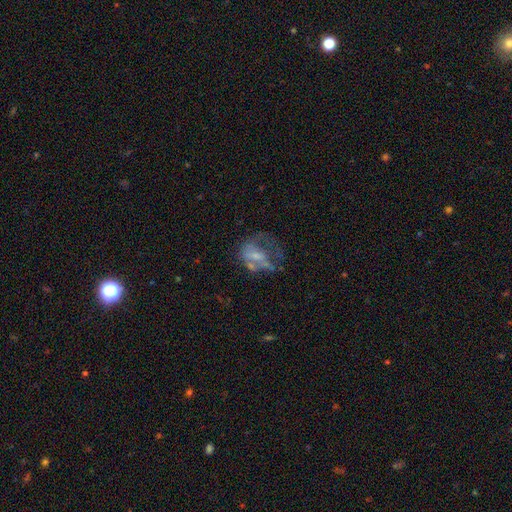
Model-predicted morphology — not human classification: Smooth or featured: featured or disk — 54% (smooth — 34%)
Edge-on disk: no — 97% (yes — 3%)
Bar: no — 61% (weak — 30%)
Spiral arms: no — 74% (yes — 26%)
Bulge size: small — 34% (none — 31%)
Merging: major disturbance — 47% (none — 25%)